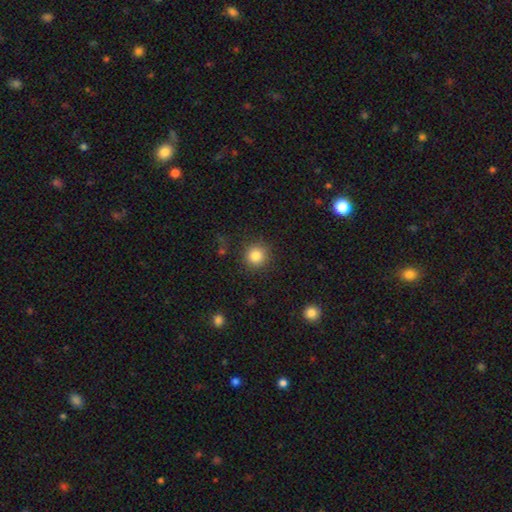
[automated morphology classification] A smooth galaxy with no disk features (84%) that is round (93%). Merging: none (88%).